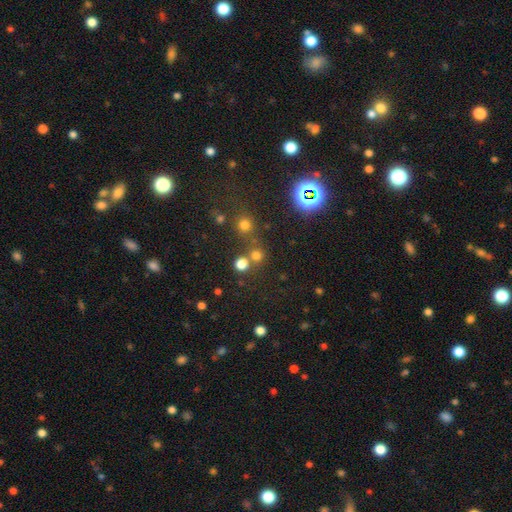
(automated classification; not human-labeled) A smooth galaxy with no disk features (63%) that is round (91%). Merging: none (67%).